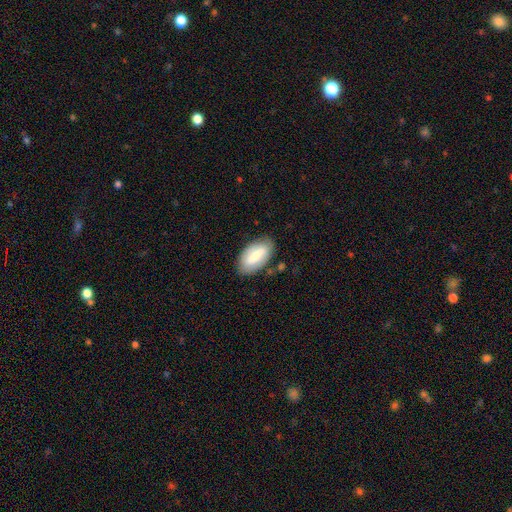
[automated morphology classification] Smooth or featured?
  - smooth: 65% *
  - featured or disk: 29%
  - star or artifact: 6%
How rounded?
  - in between: 93% *
  - cigar-shaped: 4%
  - round: 3%
Merging?
  - none: 81% *
  - minor disturbance: 13%
  - major disturbance: 3%
  - merger: 2%